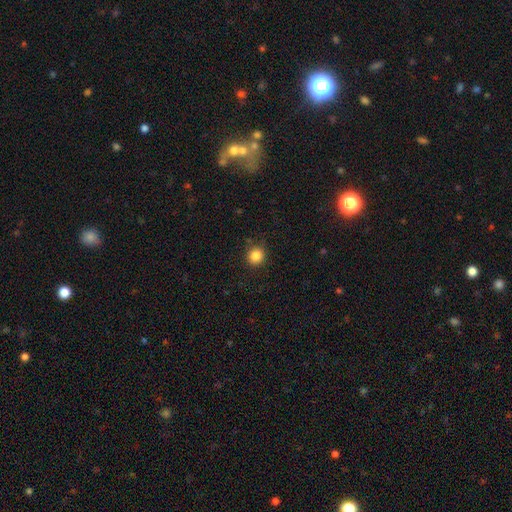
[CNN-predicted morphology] Smooth or featured: smooth — 85% (star or artifact — 11%)
How rounded: round — 92% (in between — 7%)
Merging: none — 88% (minor disturbance — 8%)